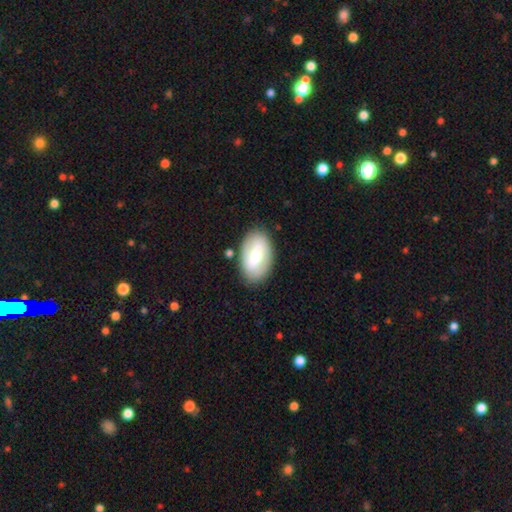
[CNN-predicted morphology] Overall: smooth (50%; featured or disk 45%). Merging: none (83%).